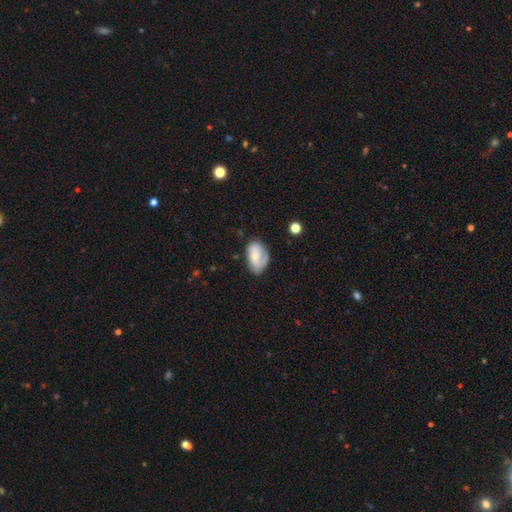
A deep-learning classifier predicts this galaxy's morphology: This appears to be a smooth galaxy with no disk features (55%) that is in between round and cigar-shaped (89%). Merging: none (60%).